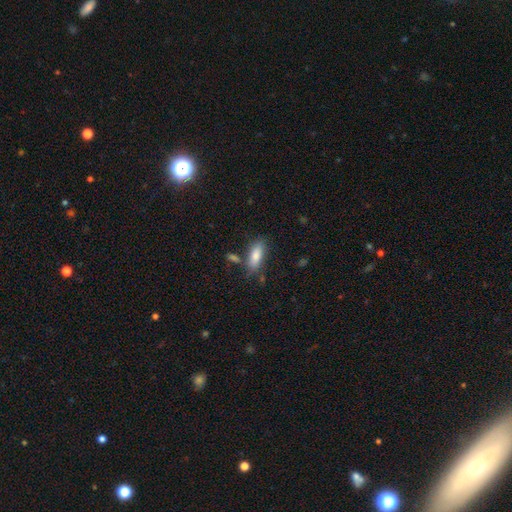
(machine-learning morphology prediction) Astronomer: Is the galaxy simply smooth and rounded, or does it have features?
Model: smooth — 82%.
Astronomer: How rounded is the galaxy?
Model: in between — 74%.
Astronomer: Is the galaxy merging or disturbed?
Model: none — 72%.